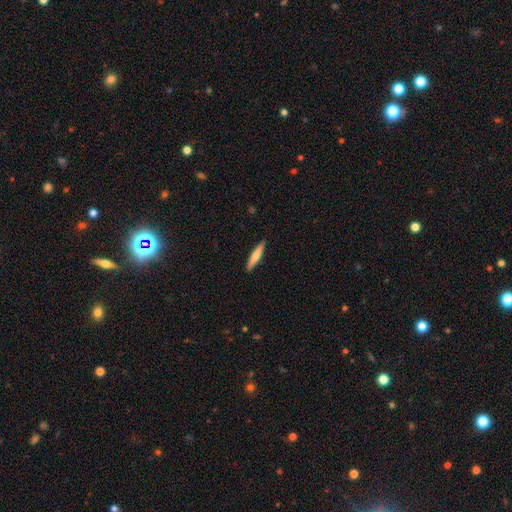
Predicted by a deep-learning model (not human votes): A smooth galaxy with no disk features (63%) that is cigar-shaped (88%). Merging: none (90%).